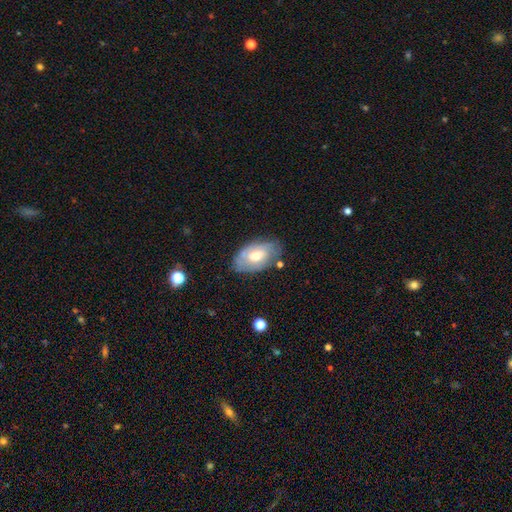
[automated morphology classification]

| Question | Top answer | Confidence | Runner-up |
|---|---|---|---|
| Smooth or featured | featured or disk | 52% | smooth (42%) |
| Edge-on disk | no | 91% | yes (9%) |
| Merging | none | 71% | minor disturbance (21%) |